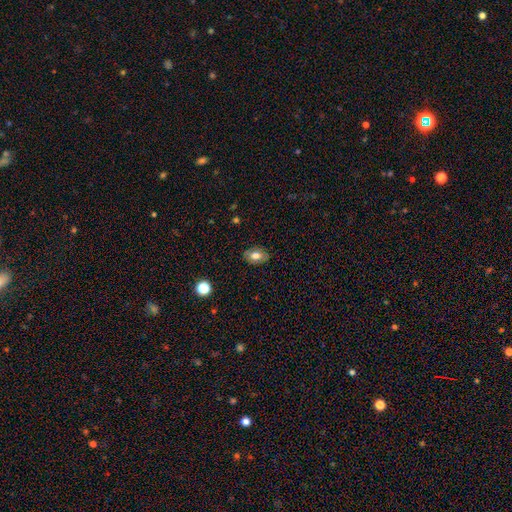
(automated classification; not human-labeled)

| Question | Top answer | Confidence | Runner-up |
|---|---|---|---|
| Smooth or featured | smooth | 70% | featured or disk (21%) |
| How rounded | in between | 84% | round (15%) |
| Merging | none | 84% | minor disturbance (12%) |